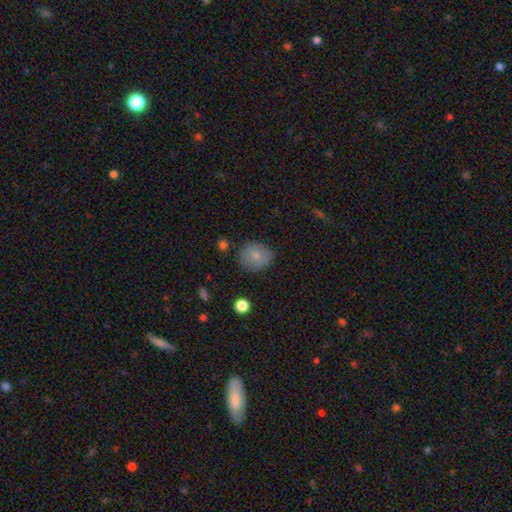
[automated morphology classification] Smooth or featured: smooth — 76% (featured or disk — 16%)
How rounded: round — 68% (in between — 31%)
Merging: none — 79% (minor disturbance — 16%)